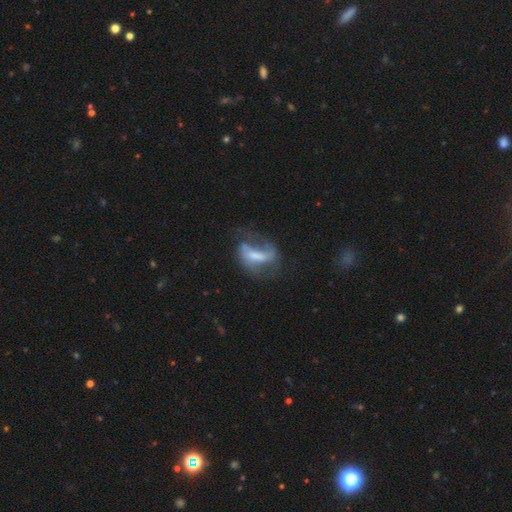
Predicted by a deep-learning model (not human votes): Smooth or featured?
  - featured or disk: 62% *
  - smooth: 29%
  - star or artifact: 9%
Edge-on disk?
  - no: 93% *
  - yes: 7%
Bar?
  - strong: 39% *
  - weak: 35%
  - no: 26%
Spiral arms?
  - yes: 69% *
  - no: 31%
Bulge size?
  - moderate: 32% *
  - small: 28%
  - none: 26%
  - large: 12%
  - dominant: 2%
Merging?
  - none: 37% * (tied)
  - major disturbance: 37% * (tied)
  - minor disturbance: 22%
  - merger: 4%